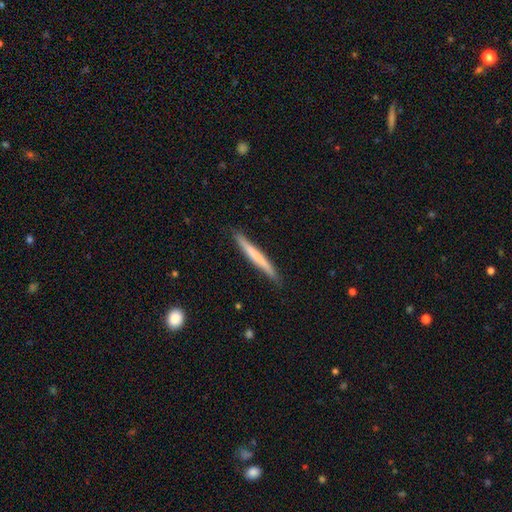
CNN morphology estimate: smooth_or_featured: smooth (p=0.60) [alt: featured or disk p=0.35]
how_rounded: cigar-shaped (p=0.97) [alt: in between p=0.02]
merging: none (p=0.87) [alt: minor disturbance p=0.10]